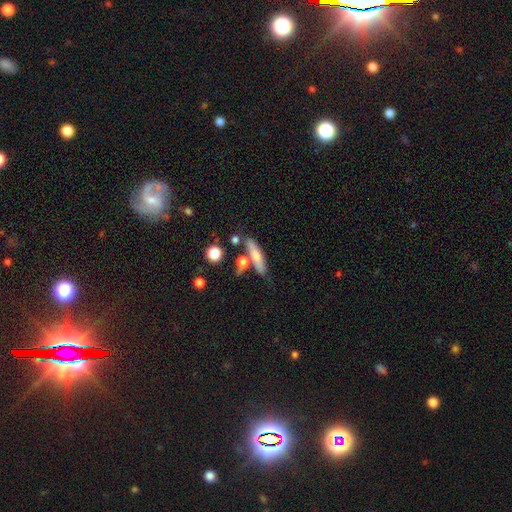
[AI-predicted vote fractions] A smooth galaxy with no disk features (65%) that is cigar-shaped (69%). Merging: none (66%).